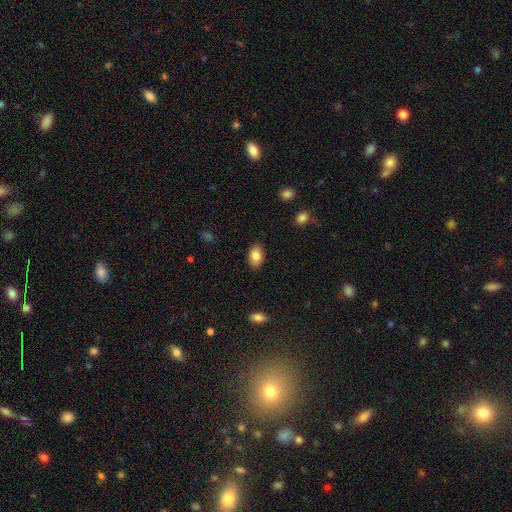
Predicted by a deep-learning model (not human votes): This is clearly a smooth galaxy (84%). How rounded: clearly in between (91%). Merging: clearly none (87%).